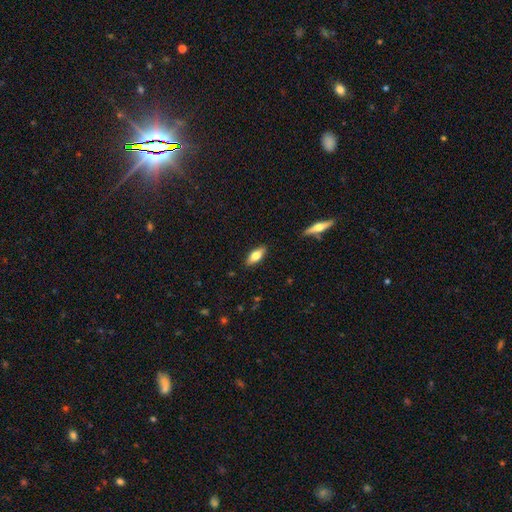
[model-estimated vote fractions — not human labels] Q: Smooth or featured?
A: smooth (69%); runner-up: featured or disk (24%)
Q: How rounded?
A: in between (75%); runner-up: cigar-shaped (22%)
Q: Merging?
A: none (87%); runner-up: minor disturbance (9%)